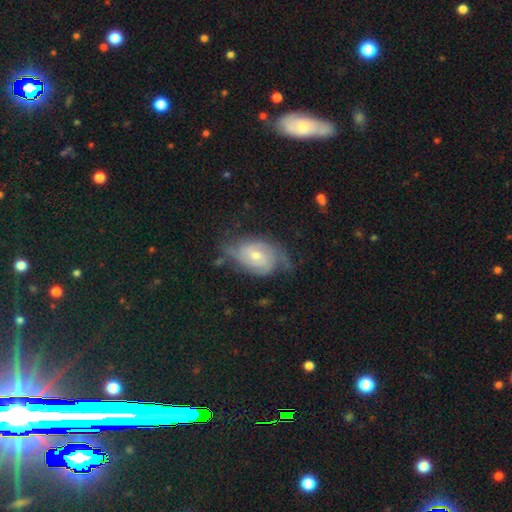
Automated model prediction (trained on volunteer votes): Smooth or featured: featured or disk — 76% (smooth — 16%)
Edge-on disk: no — 96% (yes — 4%)
Bar: no — 59% (weak — 34%)
Spiral arms: yes — 92% (no — 8%)
Spiral winding: tight — 48% (medium — 37%)
Spiral arm count: 2 — 53% (can't tell — 24%)
Bulge size: small — 48% (moderate — 47%)
Merging: none — 57% (minor disturbance — 27%)